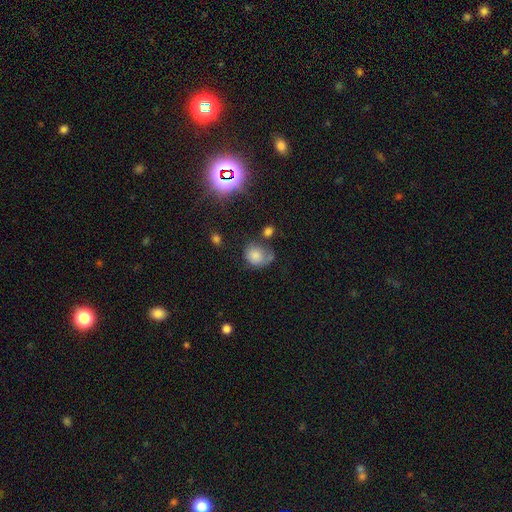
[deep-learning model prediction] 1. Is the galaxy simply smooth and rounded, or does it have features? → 72% smooth, 16% featured or disk, 12% star or artifact.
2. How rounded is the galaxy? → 62% round, 37% in between, 1% cigar-shaped.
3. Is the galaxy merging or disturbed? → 39% none, 29% minor disturbance, 22% major disturbance, 11% merger.